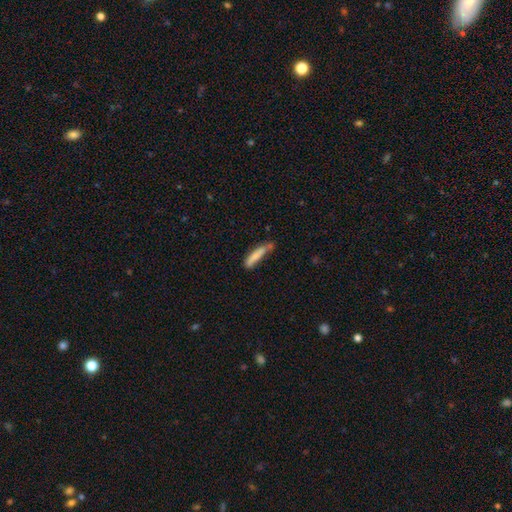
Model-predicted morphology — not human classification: The model was most divided on "merging": none: 53%, minor disturbance: 28%, merger: 11%, major disturbance: 8%. More confident: how rounded — cigar-shaped (85%); smooth or featured — smooth (78%).